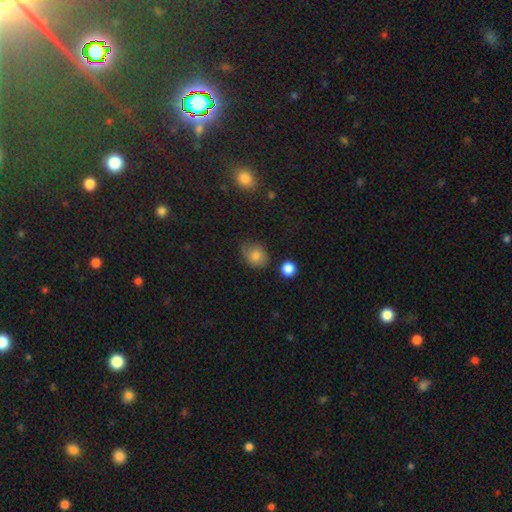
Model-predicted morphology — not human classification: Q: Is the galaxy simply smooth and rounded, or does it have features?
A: smooth — 79%.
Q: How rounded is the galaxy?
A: in between — 51%.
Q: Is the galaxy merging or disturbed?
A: none — 64%.